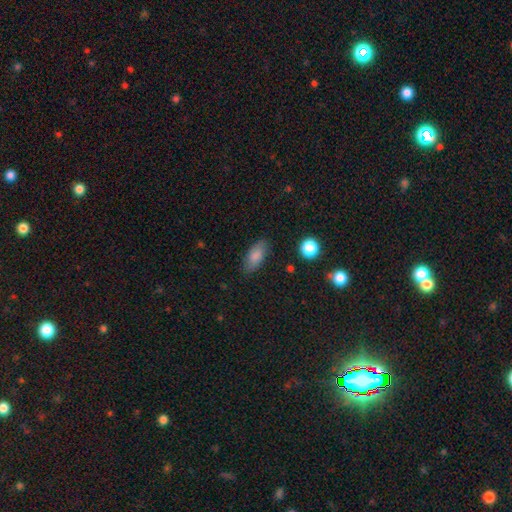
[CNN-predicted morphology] smooth_or_featured: smooth (p=0.83) [alt: featured or disk p=0.10]
how_rounded: in between (p=0.86) [alt: cigar-shaped p=0.11]
merging: none (p=0.82) [alt: minor disturbance p=0.13]